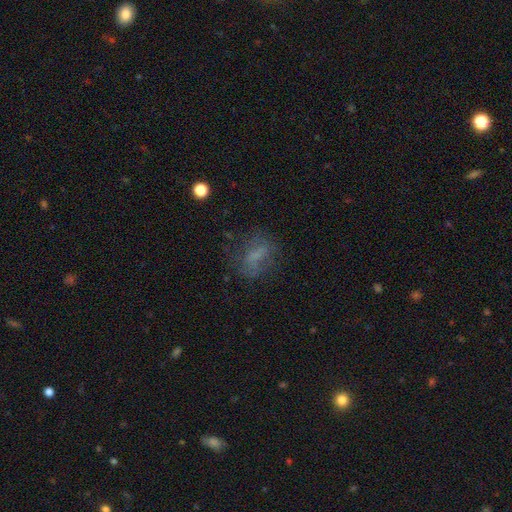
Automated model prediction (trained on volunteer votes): smooth_or_featured: smooth (p=0.49) [alt: featured or disk p=0.33]
merging: none (p=0.58) [alt: major disturbance p=0.19]